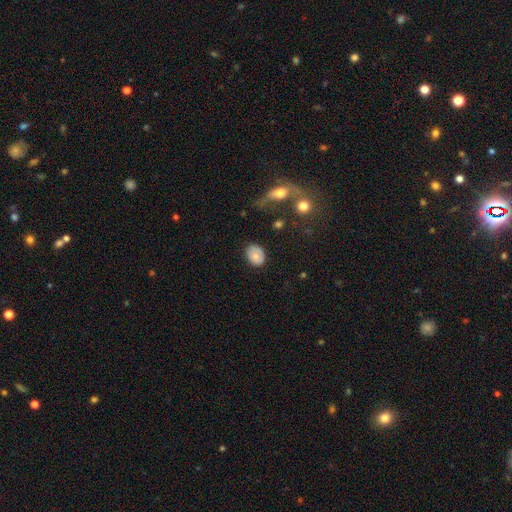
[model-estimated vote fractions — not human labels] Smooth or featured: smooth — 73% (featured or disk — 19%)
How rounded: in between — 59% (round — 40%)
Merging: none — 75% (minor disturbance — 17%)